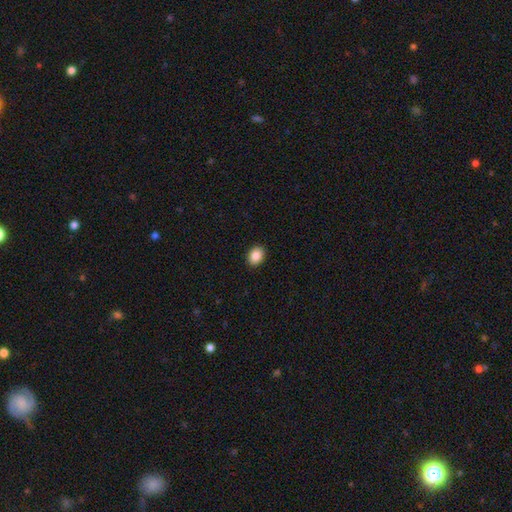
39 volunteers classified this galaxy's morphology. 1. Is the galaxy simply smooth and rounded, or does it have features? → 92% smooth, 5% star or artifact, 3% featured or disk.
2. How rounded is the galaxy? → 50% round (tied), 50% in between (tied), 0% cigar-shaped.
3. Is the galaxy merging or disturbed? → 95% none, 5% minor disturbance, 0% major disturbance, 0% merger.